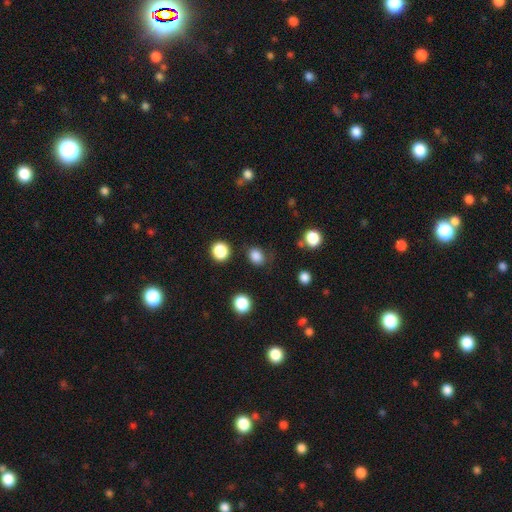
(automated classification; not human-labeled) smooth 83%, star or artifact 12%, featured or disk 4%. Down the decision tree: how rounded — round (54%); merging — none (77%).